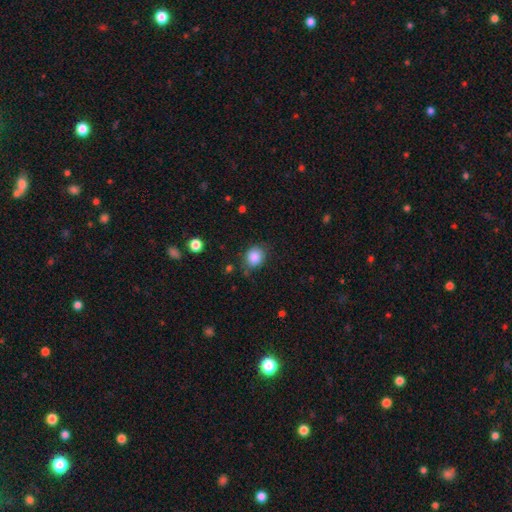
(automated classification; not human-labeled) Overall: smooth (86%). How rounded: round (70%). Merging: none (75%).